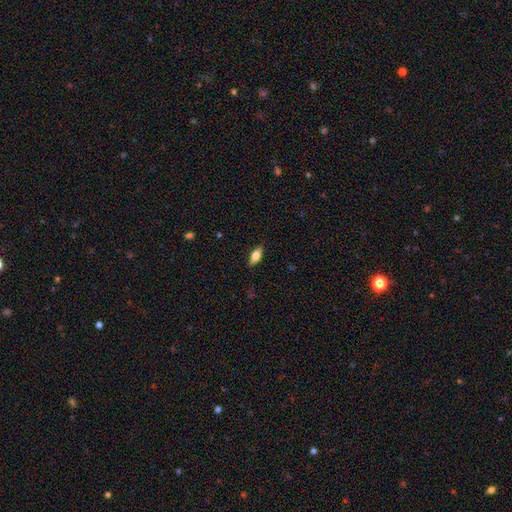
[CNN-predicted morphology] Overall: smooth (57%; featured or disk 36%). How rounded: in between (73%). Merging: none (88%).